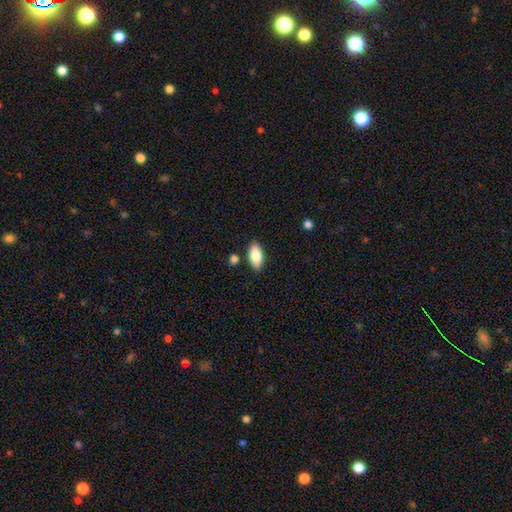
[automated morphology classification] smooth-or-featured: smooth: 82% | featured or disk: 11% | star or artifact: 6%
  how-rounded: in between: 87% | cigar-shaped: 10% | round: 3%
  merging: none: 84% | minor disturbance: 10% | merger: 4% | major disturbance: 2%